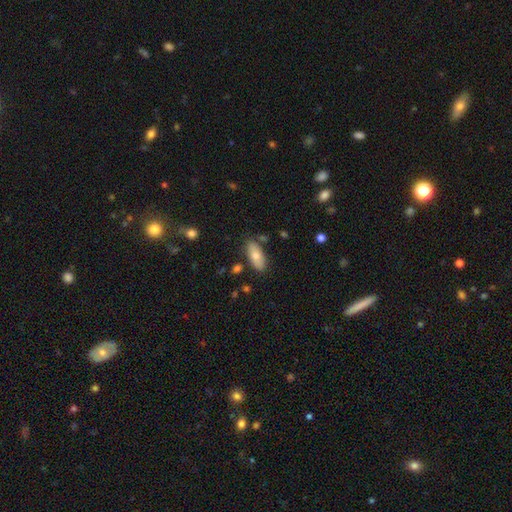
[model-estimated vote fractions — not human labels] Q: Smooth or featured?
A: smooth (73%); runner-up: featured or disk (20%)
Q: How rounded?
A: in between (84%); runner-up: cigar-shaped (14%)
Q: Merging?
A: none (80%); runner-up: minor disturbance (13%)